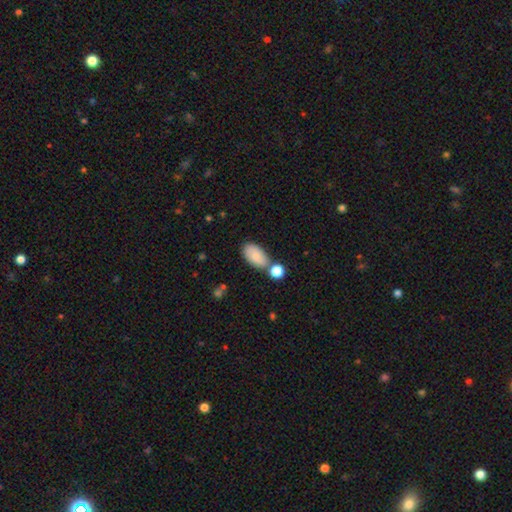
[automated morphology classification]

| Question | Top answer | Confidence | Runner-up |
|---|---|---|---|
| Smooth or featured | smooth | 81% | featured or disk (11%) |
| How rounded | in between | 93% | round (4%) |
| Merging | none | 61% | merger (17%) |